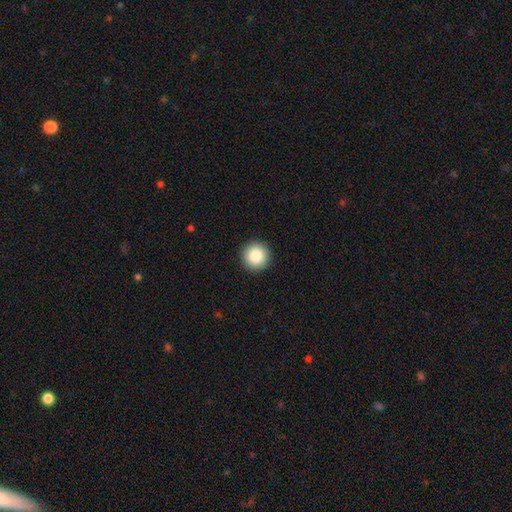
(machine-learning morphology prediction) This appears to be a smooth galaxy with no disk features (87%) that is round (96%). Merging: none (93%).